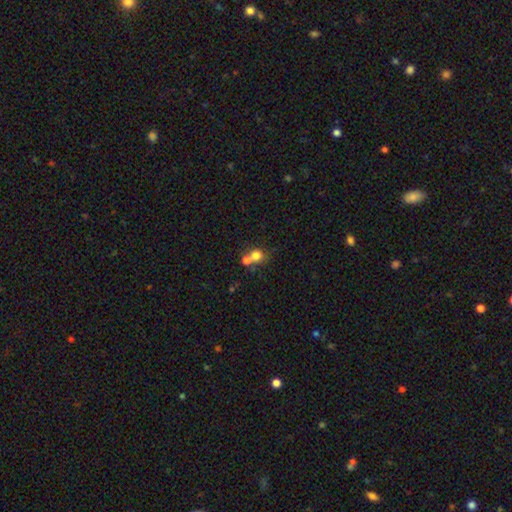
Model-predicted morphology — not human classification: Smooth or featured? Predicted: smooth (p=0.74). How rounded? Predicted: round (p=0.82). Merging? Predicted: merger (p=0.53).